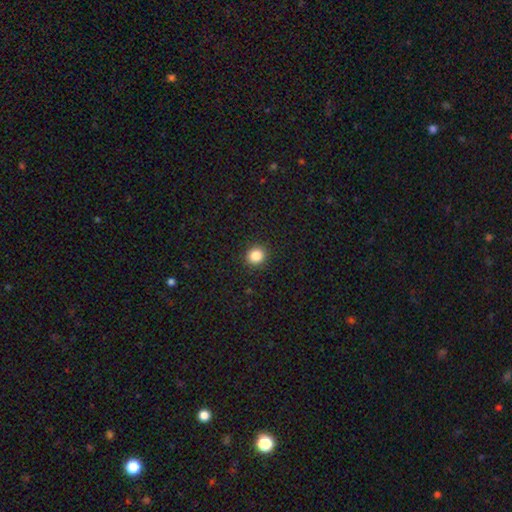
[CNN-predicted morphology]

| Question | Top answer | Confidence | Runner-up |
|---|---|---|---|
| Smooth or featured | smooth | 85% | star or artifact (11%) |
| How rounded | round | 88% | in between (12%) |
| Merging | none | 92% | minor disturbance (5%) |